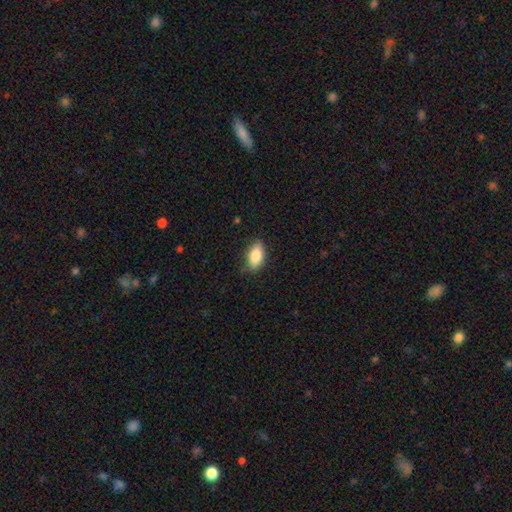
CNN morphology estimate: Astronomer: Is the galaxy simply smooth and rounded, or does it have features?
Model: smooth — 83%.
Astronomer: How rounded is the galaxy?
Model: in between — 89%.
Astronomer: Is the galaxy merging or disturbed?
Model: none — 78%.